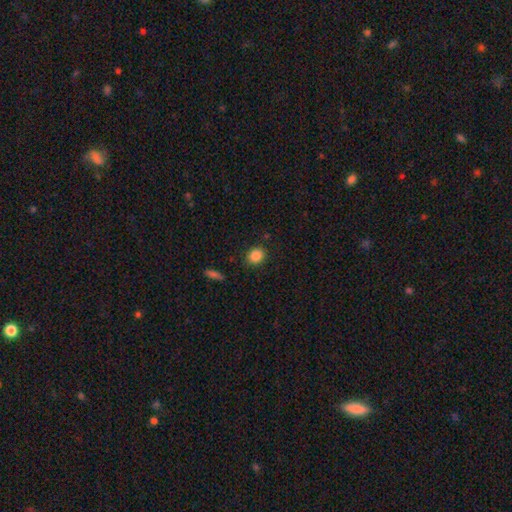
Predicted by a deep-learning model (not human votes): This is clearly a smooth galaxy (86%). How rounded: likely round (65%). Merging: clearly none (86%).